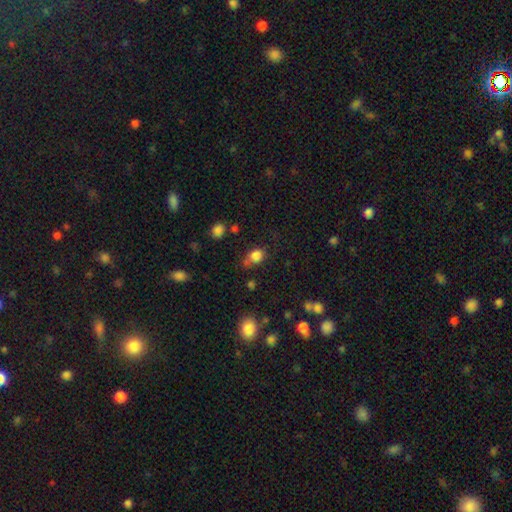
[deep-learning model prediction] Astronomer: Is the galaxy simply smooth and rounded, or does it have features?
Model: smooth — 82%.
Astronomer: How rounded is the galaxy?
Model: in between — 50% (runner-up: round, 49%).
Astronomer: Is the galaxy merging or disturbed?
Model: none — 51% (runner-up: minor disturbance, 30%).